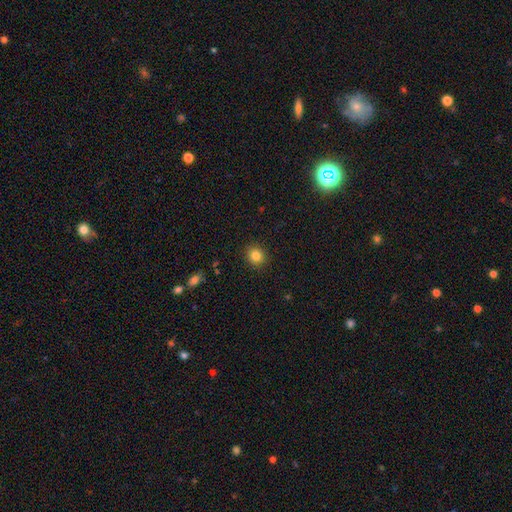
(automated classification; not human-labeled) Overall: smooth (84%). How rounded: round (86%). Merging: none (91%).